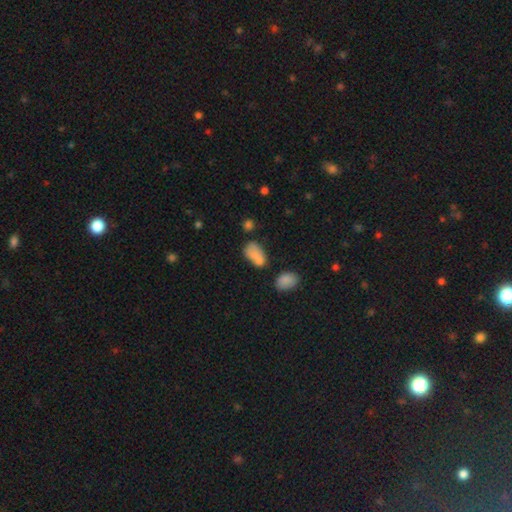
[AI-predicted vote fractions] Morphology: type=smooth (76%); roundness=in between (89%); merging=none (40%).